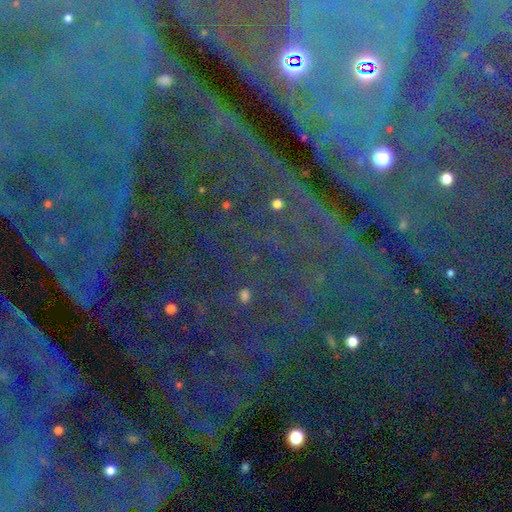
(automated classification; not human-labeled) smooth-or-featured: star or artifact: 83% | featured or disk: 9% | smooth: 7%